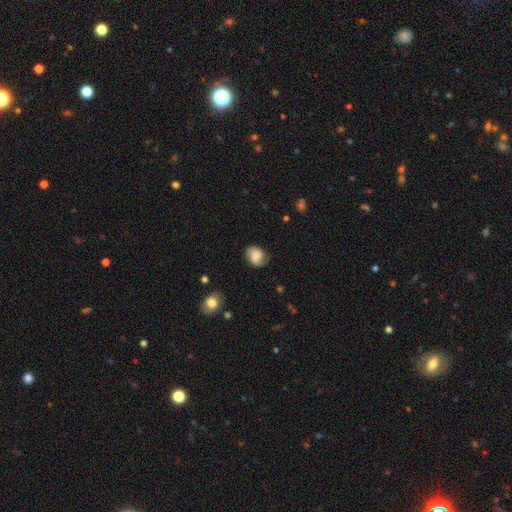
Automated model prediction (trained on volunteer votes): smooth-or-featured: smooth: 59% | featured or disk: 32% | star or artifact: 9%
  how-rounded: in between: 59% | round: 40% | cigar-shaped: 1%
  merging: none: 71% | minor disturbance: 21% | major disturbance: 6% | merger: 2%